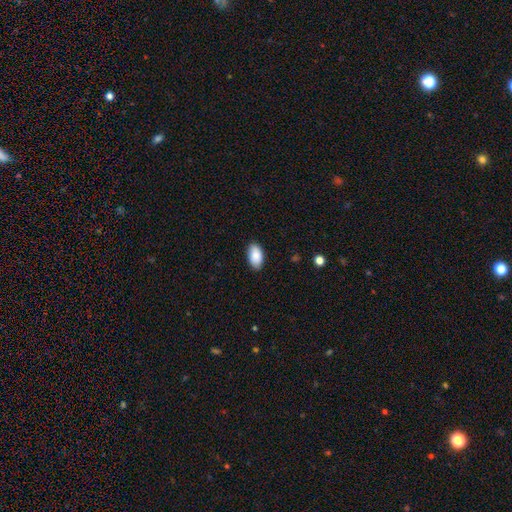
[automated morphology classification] Overall: smooth (89%). How rounded: in between (95%). Merging: none (87%).